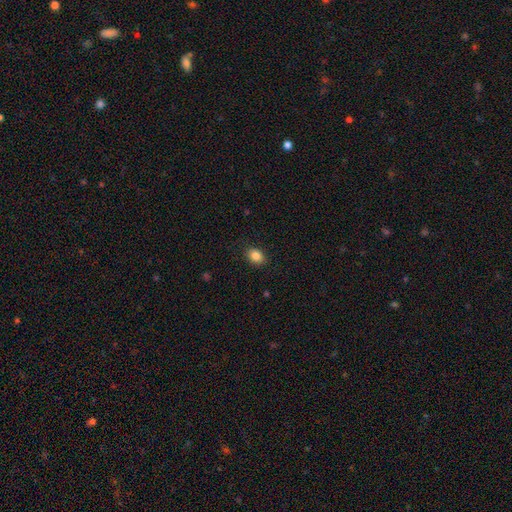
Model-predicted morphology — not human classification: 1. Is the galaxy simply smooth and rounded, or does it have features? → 86% smooth, 9% star or artifact, 5% featured or disk.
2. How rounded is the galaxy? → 66% in between, 33% round, 1% cigar-shaped.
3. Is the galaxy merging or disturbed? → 88% none, 9% minor disturbance, 2% major disturbance, 1% merger.